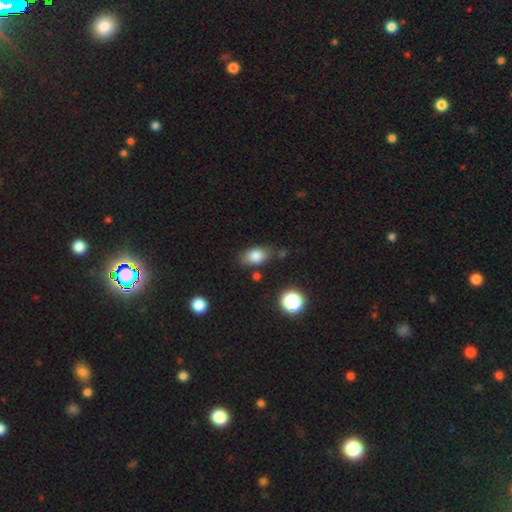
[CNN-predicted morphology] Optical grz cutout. It shows a smooth galaxy with no disk features (82%) that is in between round and cigar-shaped (86%). Merging: none (75%).